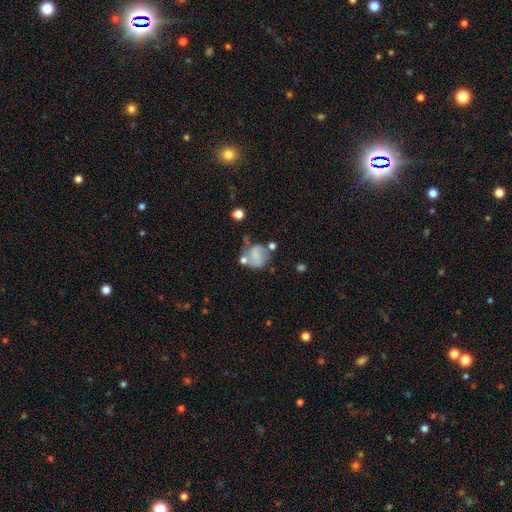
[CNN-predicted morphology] smooth_or_featured: featured or disk (p=0.48) [alt: smooth p=0.41]
merging: none (p=0.42) [alt: minor disturbance p=0.25]